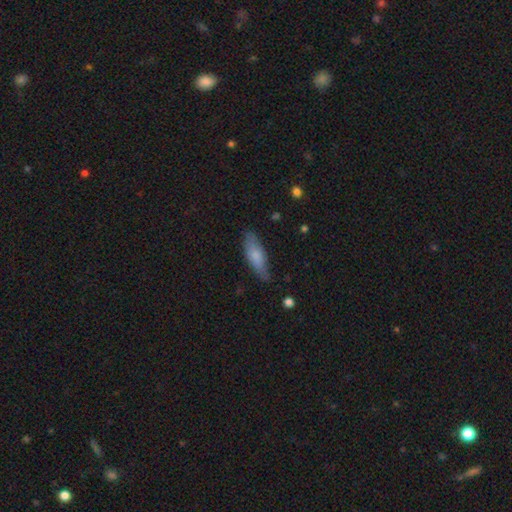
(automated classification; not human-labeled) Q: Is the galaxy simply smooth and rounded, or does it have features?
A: smooth — 73%.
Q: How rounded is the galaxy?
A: in between — 53%.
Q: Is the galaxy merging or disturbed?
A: none — 76%.